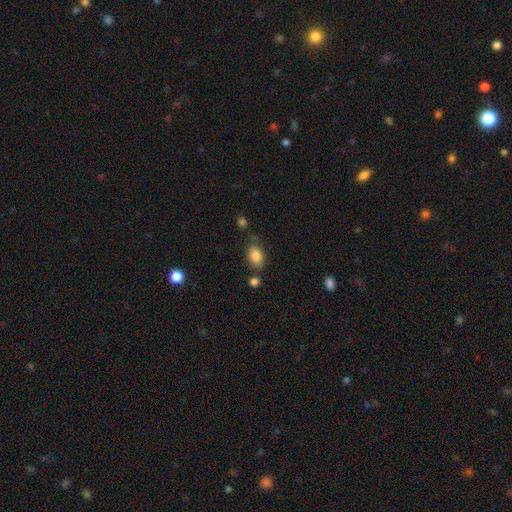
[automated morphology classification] This appears to be a smooth galaxy with no disk features (86%) that is in between round and cigar-shaped (87%). Merging: none (69%).